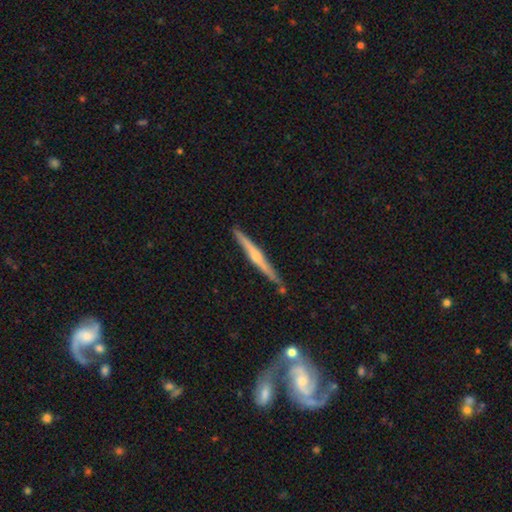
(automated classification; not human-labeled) Smooth or featured? featured or disk (66%)
Edge-on disk? yes (98%)
Edge-on bulge? rounded (68%)
Merging? none (84%)